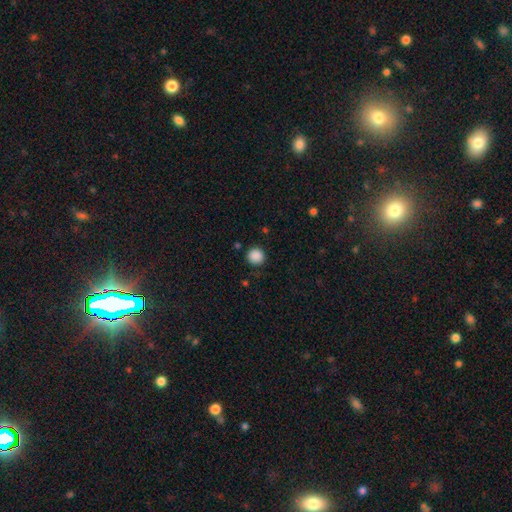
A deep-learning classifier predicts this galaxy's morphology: The model was most divided on "smooth or featured": smooth: 87%, star or artifact: 10%, featured or disk: 3%. More confident: how rounded — round (94%); merging — none (88%).